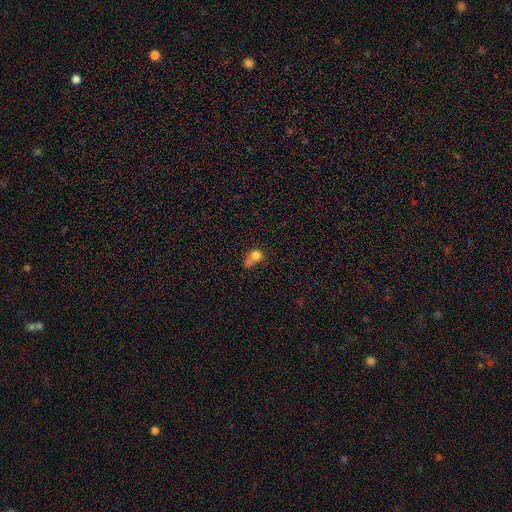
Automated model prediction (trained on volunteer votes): This appears to be a smooth galaxy with no disk features (73%) that is round (67%). Merging: merger (41%).